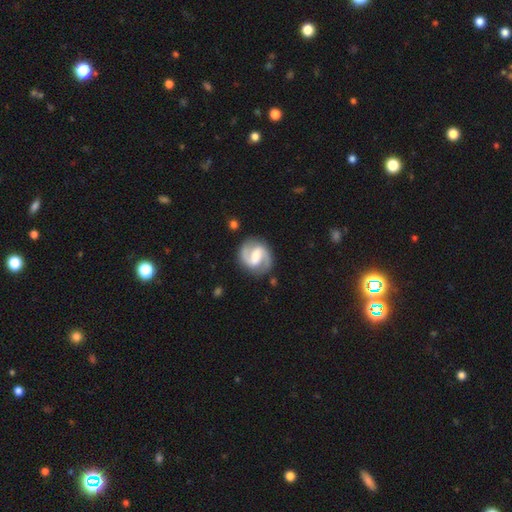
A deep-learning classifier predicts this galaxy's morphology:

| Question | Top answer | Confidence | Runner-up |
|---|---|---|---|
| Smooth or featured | featured or disk | 89% | smooth (7%) |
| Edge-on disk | no | 98% | yes (2%) |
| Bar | weak | 45% | strong (40%) |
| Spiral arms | yes | 97% | no (3%) |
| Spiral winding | medium | 56% | tight (27%) |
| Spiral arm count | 2 | 94% | can't tell (2%) |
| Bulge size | moderate | 54% | small (29%) |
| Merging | none | 85% | minor disturbance (10%) |